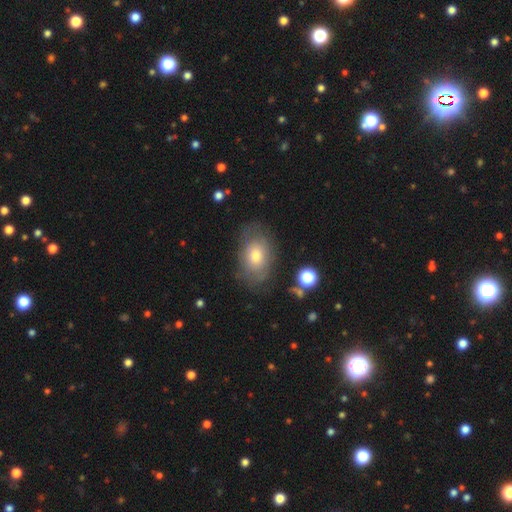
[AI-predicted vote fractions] smooth_or_featured: smooth (p=0.55) [alt: featured or disk p=0.36]
how_rounded: in between (p=0.86) [alt: round p=0.12]
merging: none (p=0.71) [alt: minor disturbance p=0.19]